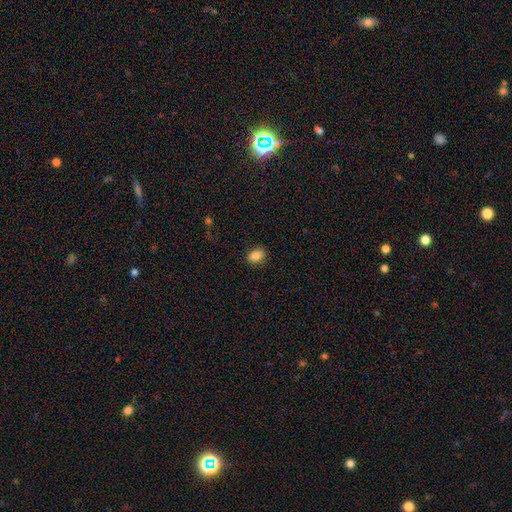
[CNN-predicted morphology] smooth_or_featured: smooth (p=0.86) [alt: star or artifact p=0.09]
how_rounded: in between (p=0.74) [alt: round p=0.25]
merging: none (p=0.85) [alt: minor disturbance p=0.11]